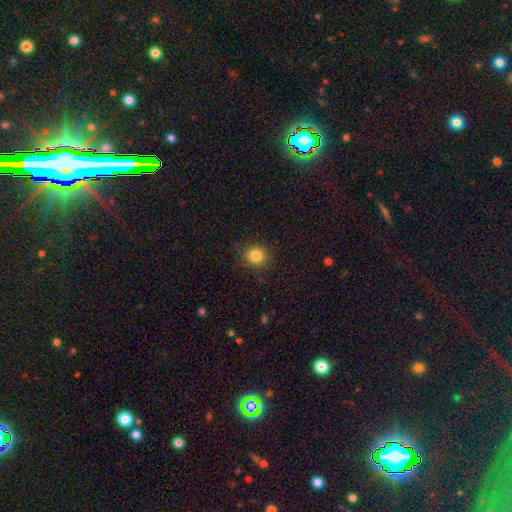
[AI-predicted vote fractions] A smooth galaxy with no disk features (84%) that is round (84%). Merging: none (88%).